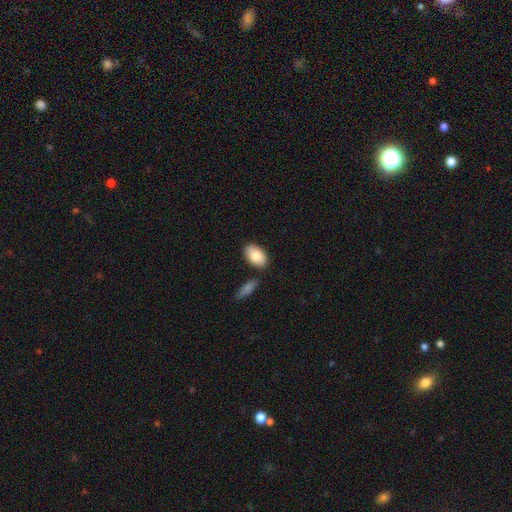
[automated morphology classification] Smooth or featured: smooth — 84% (featured or disk — 11%)
How rounded: in between — 92% (round — 6%)
Merging: none — 80% (minor disturbance — 11%)